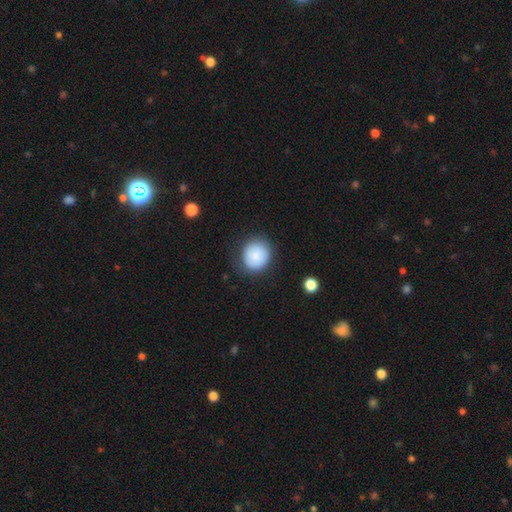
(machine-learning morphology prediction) smooth 85%, star or artifact 8%, featured or disk 7%. Down the decision tree: how rounded — round (86%); merging — none (80%).